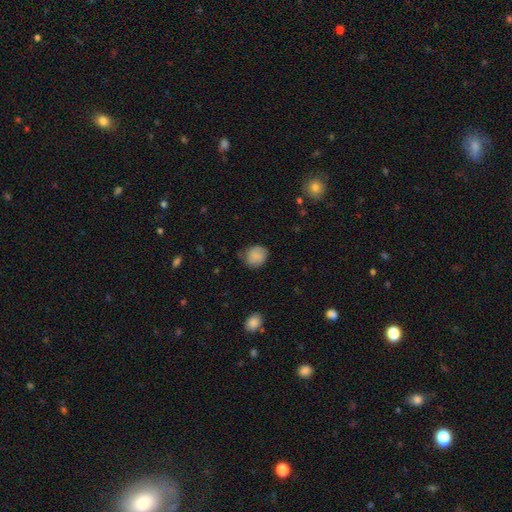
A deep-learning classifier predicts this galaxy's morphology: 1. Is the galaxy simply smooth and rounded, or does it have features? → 83% smooth, 9% featured or disk, 8% star or artifact.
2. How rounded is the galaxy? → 73% round, 26% in between, 1% cigar-shaped.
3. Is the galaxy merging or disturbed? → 71% none, 23% minor disturbance, 5% major disturbance, 2% merger.